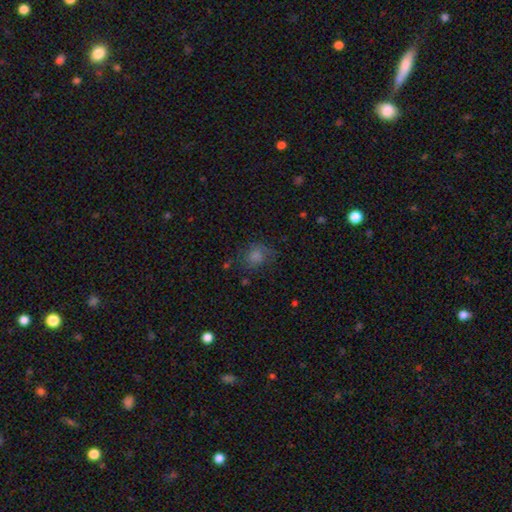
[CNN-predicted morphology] smooth 60%, star or artifact 26%, featured or disk 15%. Down the decision tree: how rounded — round (67%); merging — none (68%).